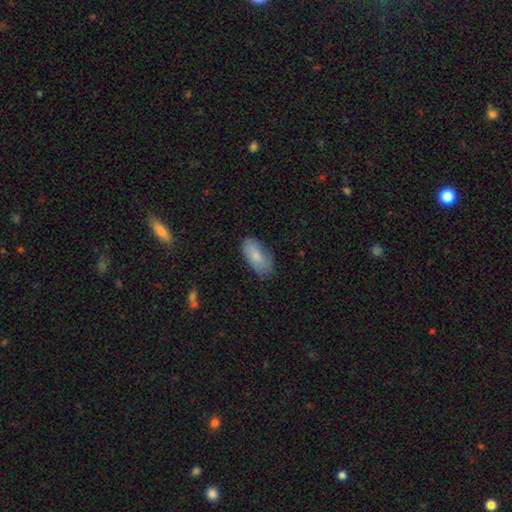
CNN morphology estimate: A smooth galaxy with no disk features (80%) that is in between round and cigar-shaped (91%).

Vote fractions:
- Smooth or featured? smooth: 80% / featured or disk: 14% / star or artifact: 6%
- How rounded? in between: 91% / cigar-shaped: 7% / round: 2%
- Merging? none: 75% / minor disturbance: 20% / major disturbance: 4% / merger: 1%